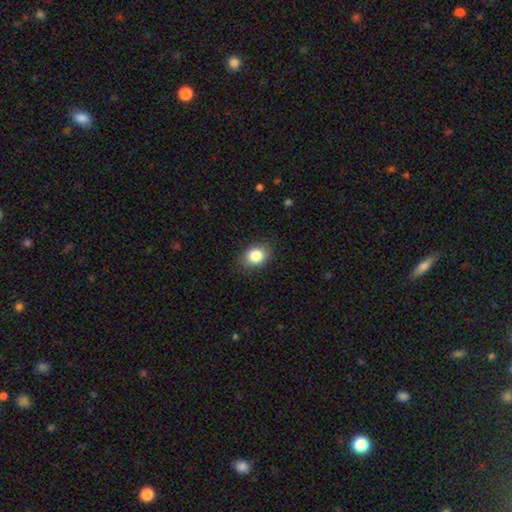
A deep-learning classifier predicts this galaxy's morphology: This appears to be a smooth galaxy with no disk features (84%) that is in between round and cigar-shaped (61%). Merging: none (84%).